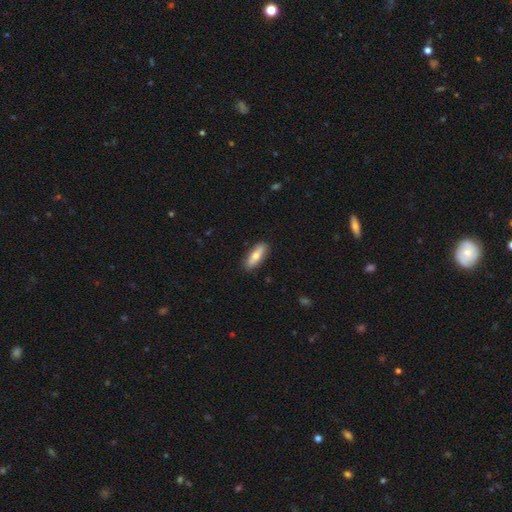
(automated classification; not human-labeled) Morphology: type=smooth (65%); roundness=in between (55%); merging=none (87%).